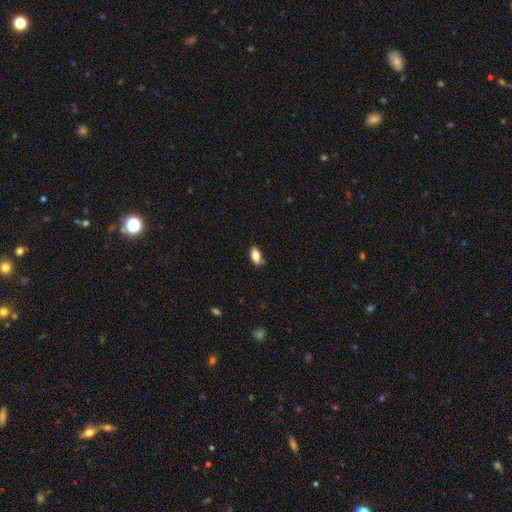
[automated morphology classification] A smooth galaxy with no disk features (85%) that is in between round and cigar-shaped (91%). Merging: none (78%).